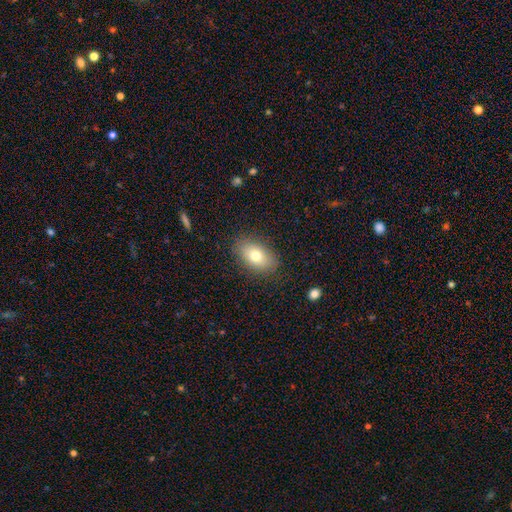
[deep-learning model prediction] This appears to be a smooth galaxy with no disk features (75%) that is in between round and cigar-shaped (89%). Merging: none (86%).